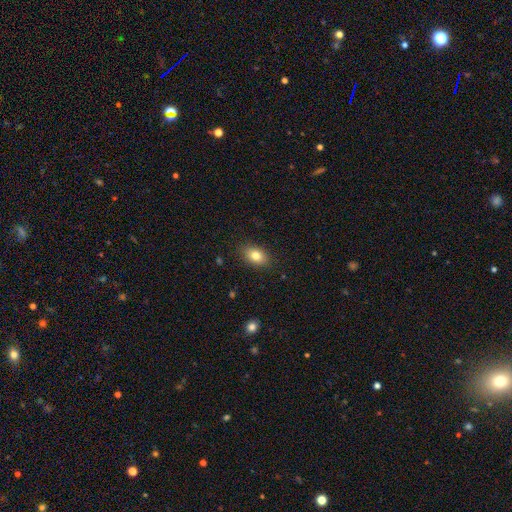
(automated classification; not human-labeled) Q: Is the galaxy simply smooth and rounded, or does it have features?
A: smooth — 81%.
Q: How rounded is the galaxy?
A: in between — 84%.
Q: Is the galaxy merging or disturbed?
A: none — 87%.